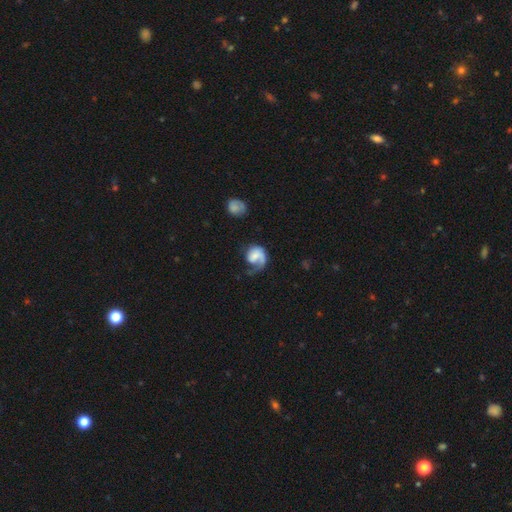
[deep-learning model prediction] Q: Smooth or featured?
A: featured or disk (67%); runner-up: smooth (27%)
Q: Edge-on disk?
A: no (98%); runner-up: yes (2%)
Q: Bar?
A: no (62%); runner-up: weak (31%)
Q: Spiral arms?
A: yes (90%); runner-up: no (10%)
Q: Spiral winding?
A: loose (37%); runner-up: medium (36%)
Q: Spiral arm count?
A: 1 (81%); runner-up: 2 (11%)
Q: Bulge size?
A: small (33%); runner-up: none (29%)
Q: Merging?
A: none (40%); runner-up: major disturbance (38%)